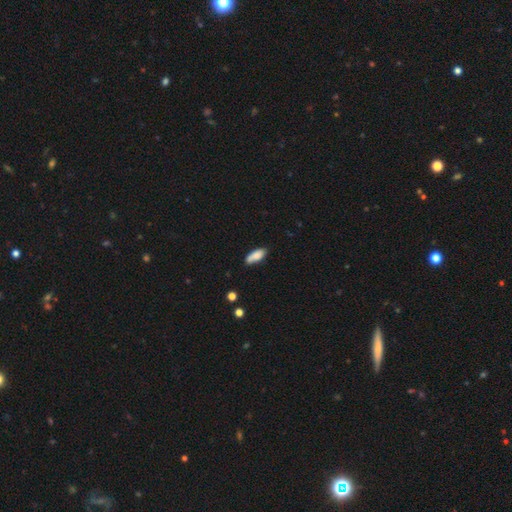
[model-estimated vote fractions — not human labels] A smooth galaxy with no disk features (82%) that is in between round and cigar-shaped (76%).

Vote fractions:
- Smooth or featured? smooth: 82% / featured or disk: 11% / star or artifact: 7%
- How rounded? in between: 76% / cigar-shaped: 22% / round: 2%
- Merging? none: 67% / minor disturbance: 24% / major disturbance: 4% / merger: 4%